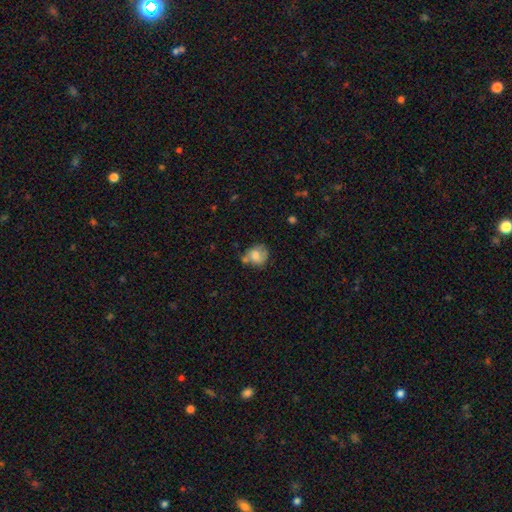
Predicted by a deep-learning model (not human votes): The model was most divided on "merging": none: 43%, minor disturbance: 28%, merger: 18%, major disturbance: 11%. More confident: smooth or featured — smooth (73%); how rounded — round (68%).